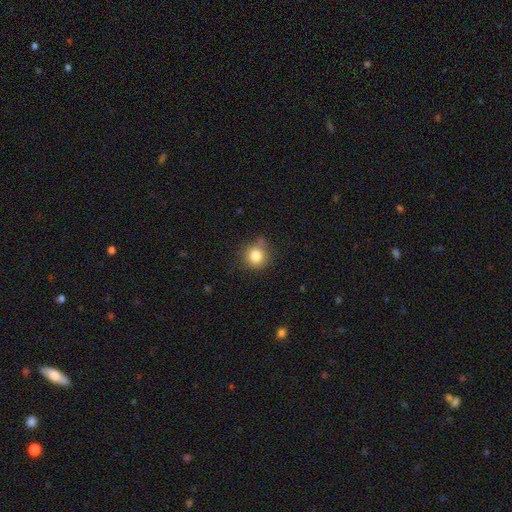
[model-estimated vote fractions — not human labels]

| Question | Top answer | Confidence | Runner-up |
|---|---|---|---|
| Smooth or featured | smooth | 82% | star or artifact (11%) |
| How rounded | round | 89% | in between (10%) |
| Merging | none | 74% | minor disturbance (18%) |